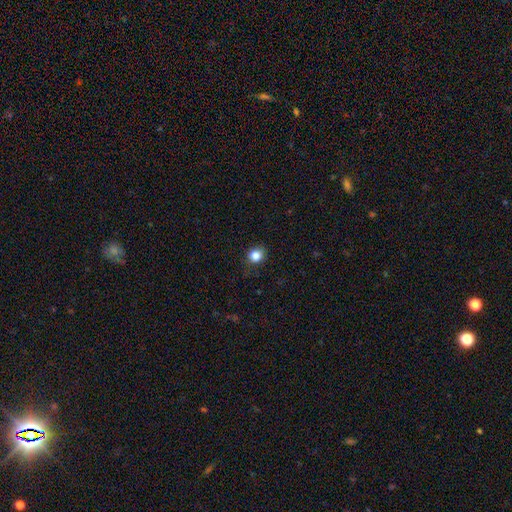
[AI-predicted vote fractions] Smooth or featured?
  - smooth: 84% *
  - star or artifact: 11%
  - featured or disk: 5%
How rounded?
  - round: 75% *
  - in between: 24%
  - cigar-shaped: 1%
Merging?
  - none: 84% *
  - minor disturbance: 12%
  - major disturbance: 3%
  - merger: 1%